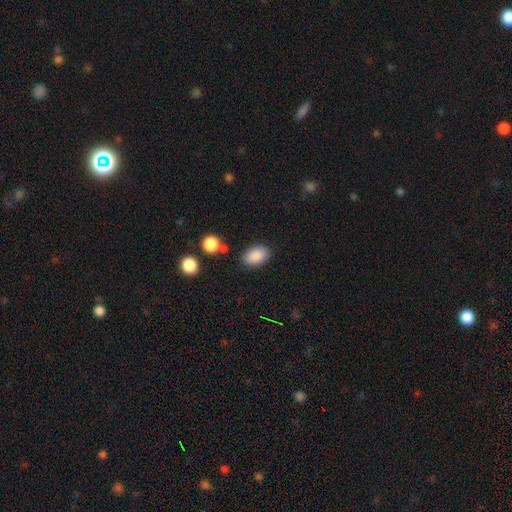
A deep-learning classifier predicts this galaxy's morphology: Smooth or featured: smooth — 88% (star or artifact — 8%)
How rounded: in between — 89% (round — 9%)
Merging: none — 81% (minor disturbance — 11%)